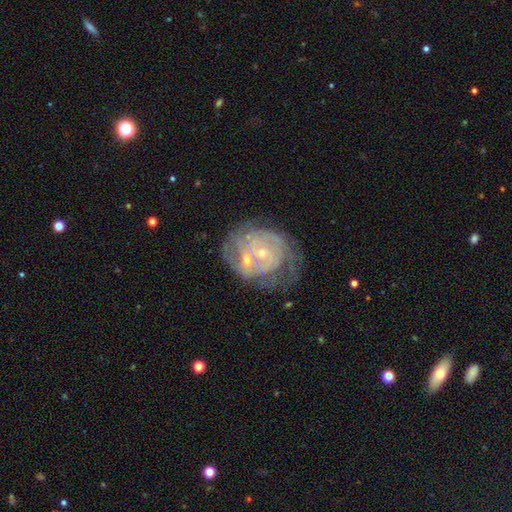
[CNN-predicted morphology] The model was most divided on "merging": none: 45%, merger: 23%, minor disturbance: 19%, major disturbance: 13%. Remaining: edge-on disk — no (97%); spiral arms — yes (87%); smooth or featured — featured or disk (79%); bulge size — small (77%); bar — no (73%); spiral winding — tight (70%); spiral arm count — can't tell (47%).